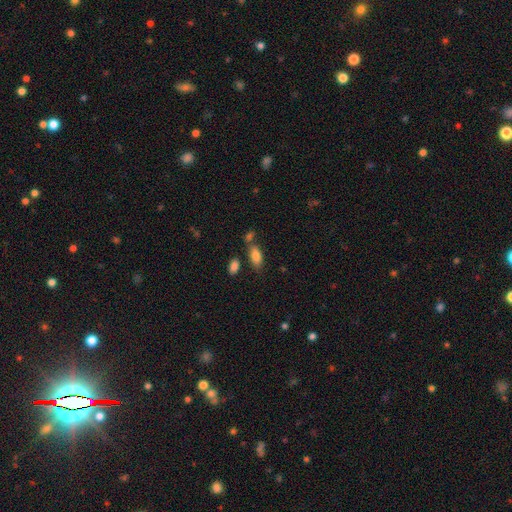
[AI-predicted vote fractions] Overall: smooth (82%). How rounded: in between (86%). Merging: none (64%).